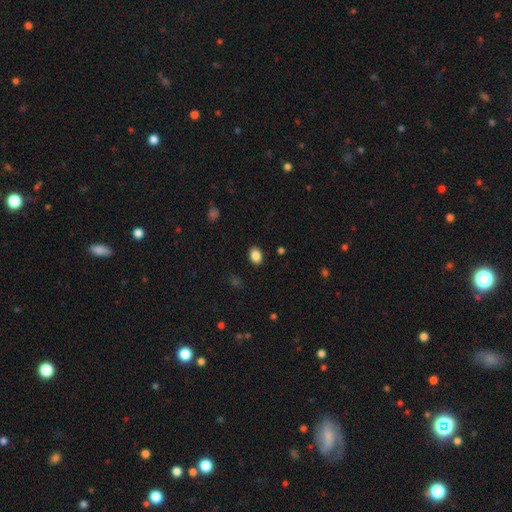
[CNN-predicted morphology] Overall: smooth (86%). How rounded: in between (72%). Merging: none (89%).